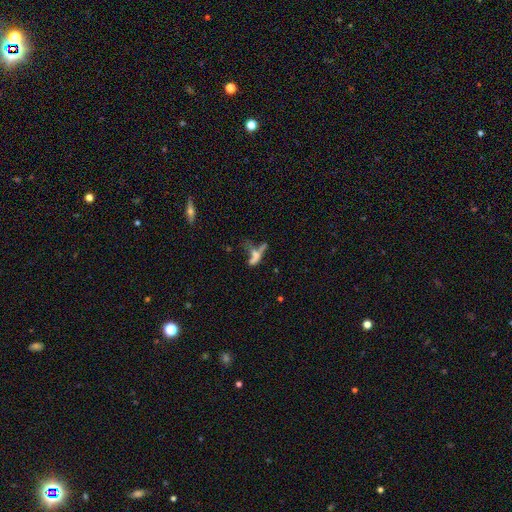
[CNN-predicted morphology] This appears to be a smooth galaxy with no disk features (44%). Merging: merger (40%).